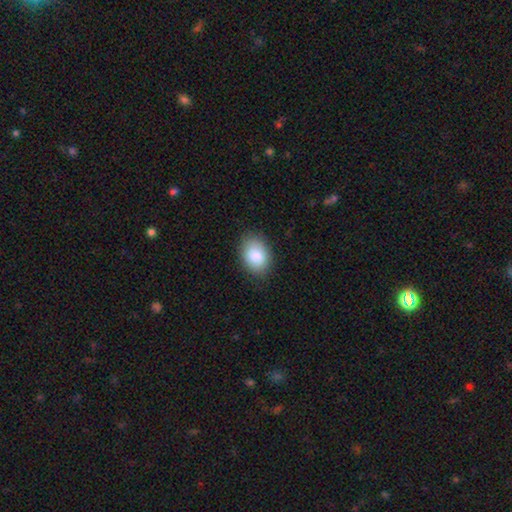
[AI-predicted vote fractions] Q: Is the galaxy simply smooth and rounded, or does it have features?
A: smooth — 87%.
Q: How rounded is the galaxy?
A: in between — 82%.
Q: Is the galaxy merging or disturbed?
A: none — 84%.